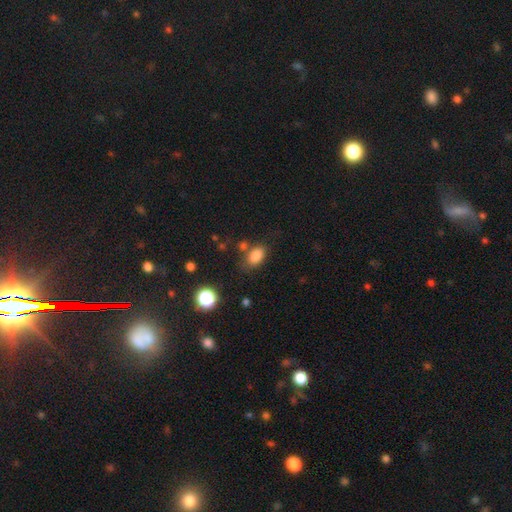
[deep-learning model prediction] smooth_or_featured: smooth (p=0.82) [alt: star or artifact p=0.11]
how_rounded: in between (p=0.84) [alt: round p=0.14]
merging: none (p=0.68) [alt: minor disturbance p=0.17]